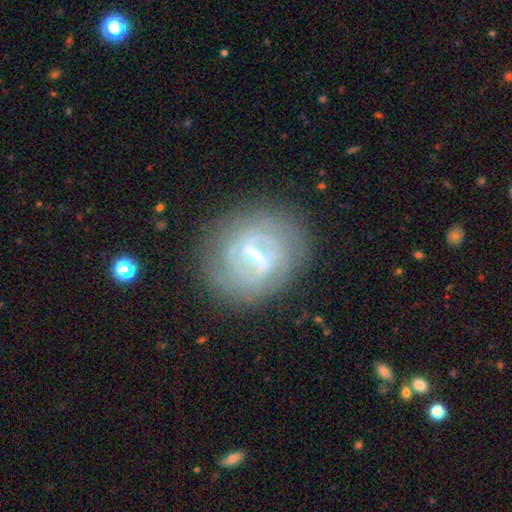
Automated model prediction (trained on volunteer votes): This is clearly a featured or disk galaxy (83%). It is clearly not viewed edge-on (96%). Bar: possibly strong (54%). Spiral arm pattern: clearly yes (86%). Spiral arm count: marginally 2 (42%). Spiral winding: likely tight (62%). Central bulge: possibly small (59%). Merging: likely none (80%).